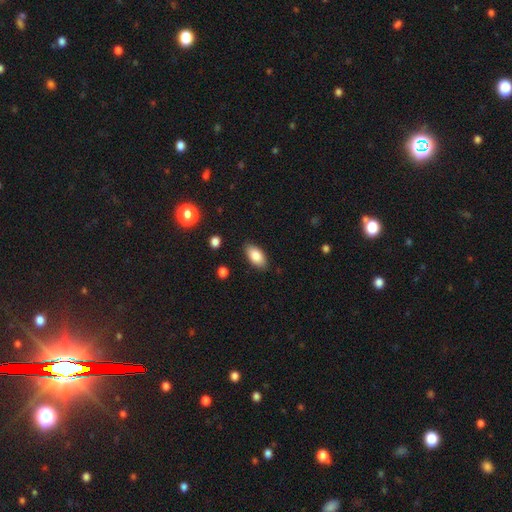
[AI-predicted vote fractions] smooth 85%, featured or disk 8%, star or artifact 7%. Down the decision tree: how rounded — in between (92%); merging — none (86%).